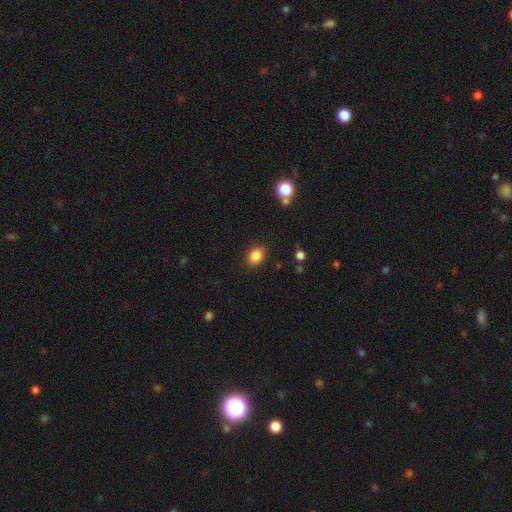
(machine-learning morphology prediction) A smooth galaxy with no disk features (86%) that is in between round and cigar-shaped (51%).

Vote fractions:
- Smooth or featured? smooth: 86% / star or artifact: 10% / featured or disk: 4%
- How rounded? in between: 51% / round: 48% / cigar-shaped: 1%
- Merging? none: 87% / minor disturbance: 9% / major disturbance: 3% / merger: 1%